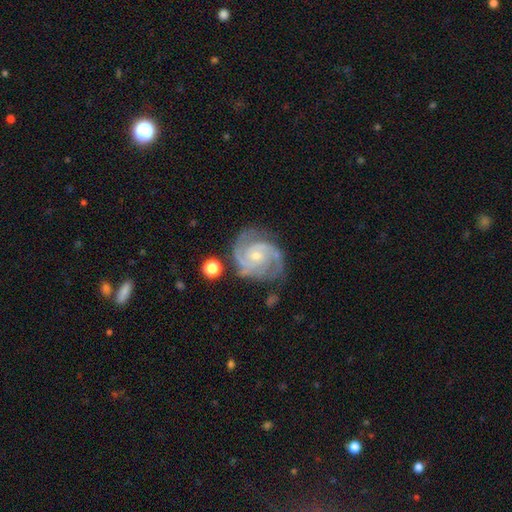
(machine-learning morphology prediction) smooth-or-featured: featured or disk: 91% | star or artifact: 5% | smooth: 4%
  disk-edge-on: no: 98% | yes: 2%
    bar: no: 64% | weak: 30% | strong: 6%
    has-spiral-arms: yes: 98% | no: 2%
      spiral-winding: tight: 52% | medium: 43% | loose: 6%
      spiral-arm-count: 2: 44% | 3: 35% | can't tell: 8% | 4: 6% | 1: 3% | more than 4: 3%
    bulge-size: small: 67% | moderate: 29% | none: 2% | large: 1% | dominant: 1%
  merging: none: 71% | minor disturbance: 19% | major disturbance: 7% | merger: 3%